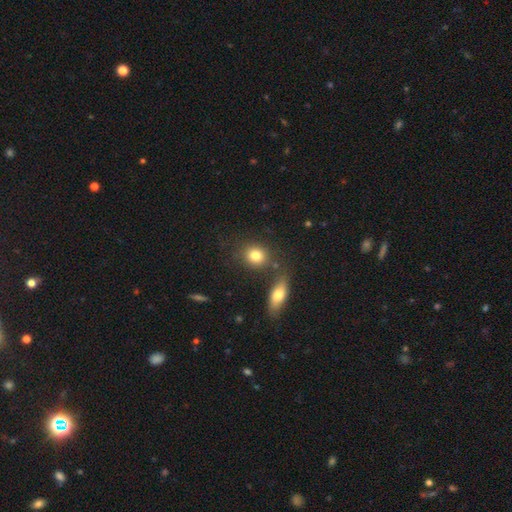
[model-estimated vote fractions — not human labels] A smooth galaxy with no disk features (82%) that is round (67%).

Vote fractions:
- Smooth or featured? smooth: 82% / star or artifact: 10% / featured or disk: 9%
- How rounded? round: 67% / in between: 31% / cigar-shaped: 2%
- Merging? none: 71% / merger: 15% / minor disturbance: 10% / major disturbance: 4%